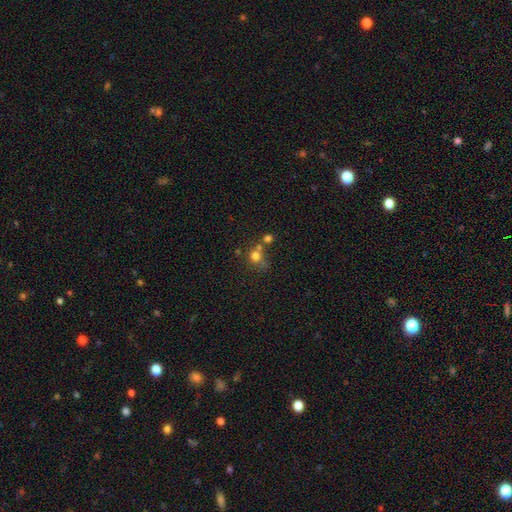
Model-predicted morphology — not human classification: Smooth or featured: smooth — 72% (star or artifact — 16%)
How rounded: round — 81% (in between — 18%)
Merging: none — 46% (merger — 36%)